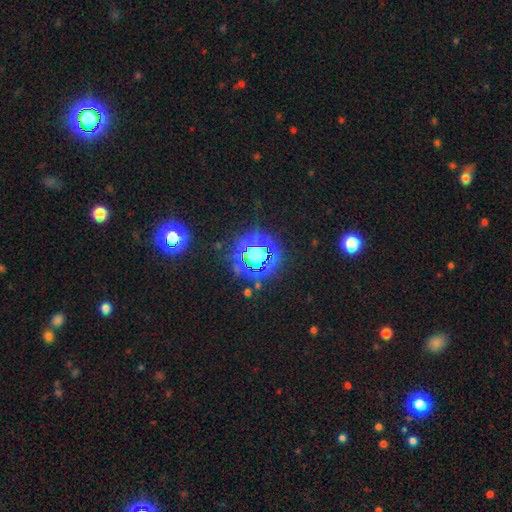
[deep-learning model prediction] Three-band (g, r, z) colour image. It shows a star or artifact, not a galaxy (68%).